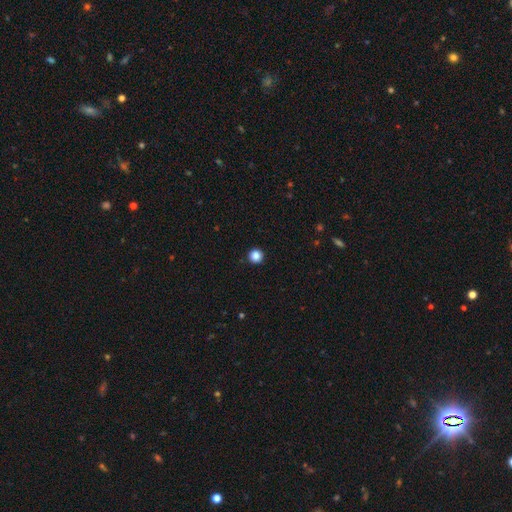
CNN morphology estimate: smooth 87%, star or artifact 11%, featured or disk 3%. Down the decision tree: how rounded — round (96%); merging — none (93%).